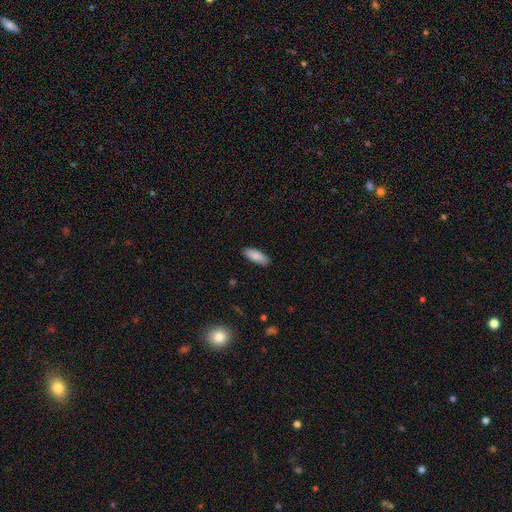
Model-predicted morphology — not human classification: smooth-or-featured: smooth: 87% | featured or disk: 7% | star or artifact: 6%
  how-rounded: in between: 69% | cigar-shaped: 30% | round: 2%
  merging: none: 87% | minor disturbance: 10% | major disturbance: 2% | merger: 1%